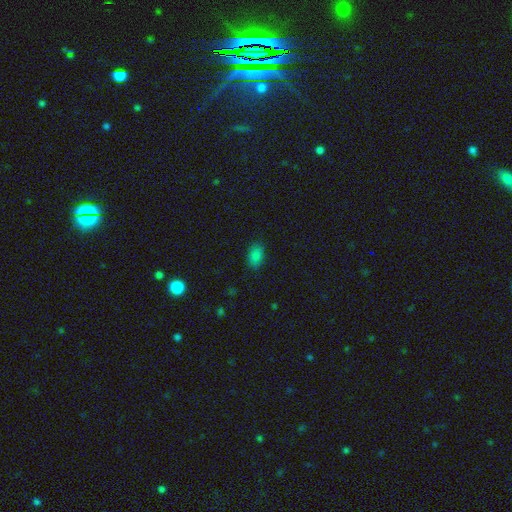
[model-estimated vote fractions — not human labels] smooth 83%, star or artifact 13%, featured or disk 4%. Down the decision tree: how rounded — in between (91%); merging — none (83%).